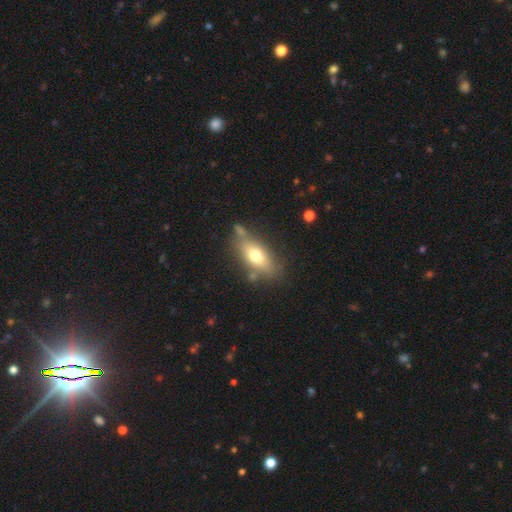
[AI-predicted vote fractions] Smooth or featured: smooth — 66% (featured or disk — 26%)
How rounded: in between — 77% (cigar-shaped — 17%)
Merging: none — 66% (minor disturbance — 17%)